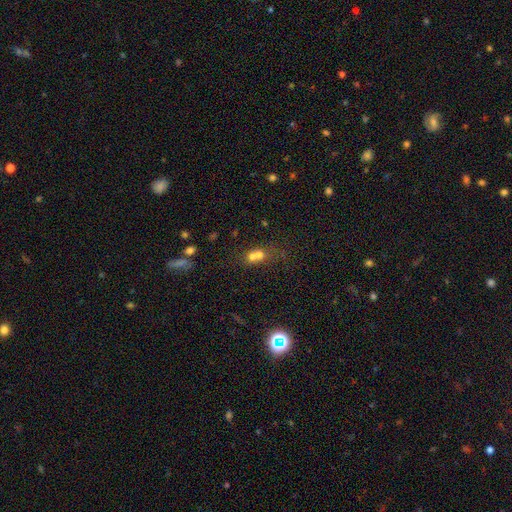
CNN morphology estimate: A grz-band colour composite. It shows a smooth galaxy with no disk features (66%) that is round (68%). Merging: merger (68%).